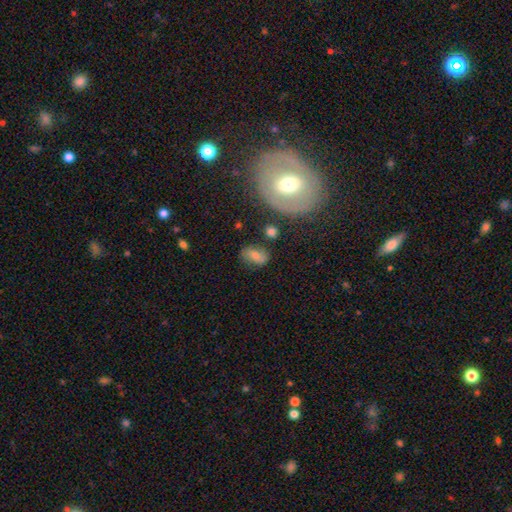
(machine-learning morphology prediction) This appears to be a smooth galaxy with no disk features (66%) that is in between round and cigar-shaped (83%). Merging: none (69%).